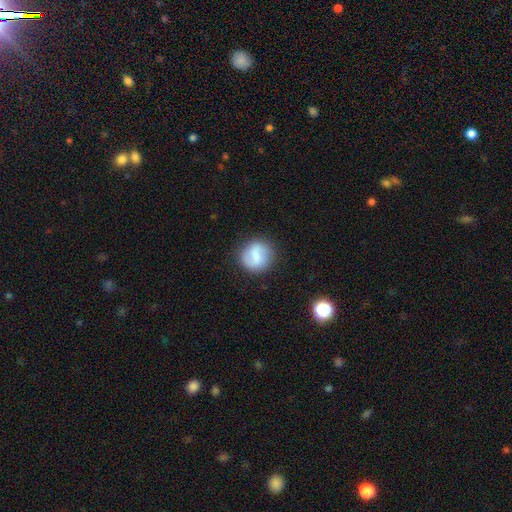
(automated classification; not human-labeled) smooth-or-featured: smooth: 61% | featured or disk: 31% | star or artifact: 8%
  how-rounded: round: 87% | in between: 12% | cigar-shaped: 1%
  merging: none: 80% | minor disturbance: 13% | major disturbance: 5% | merger: 2%